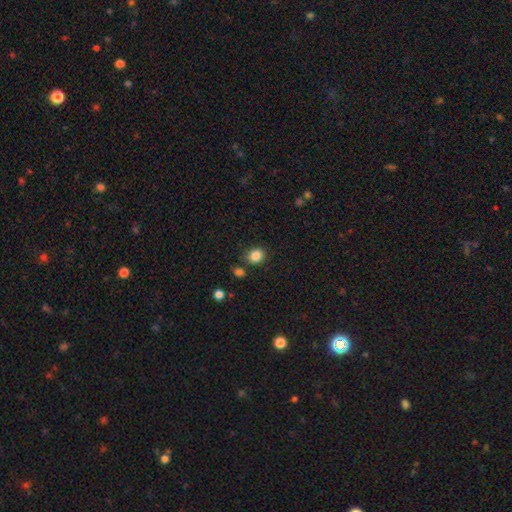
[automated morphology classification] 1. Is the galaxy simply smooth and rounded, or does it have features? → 84% smooth, 11% star or artifact, 5% featured or disk.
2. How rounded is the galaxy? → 70% round, 29% in between, 1% cigar-shaped.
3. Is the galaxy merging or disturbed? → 80% none, 11% minor disturbance, 6% merger, 3% major disturbance.